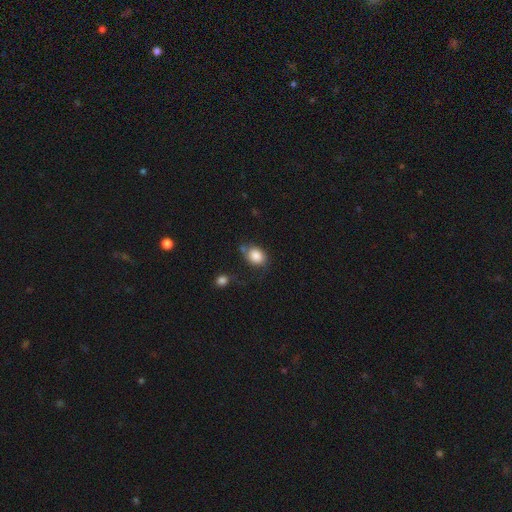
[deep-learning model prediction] Q: Smooth or featured?
A: smooth (85%); runner-up: star or artifact (8%)
Q: How rounded?
A: in between (59%); runner-up: round (40%)
Q: Merging?
A: none (58%); runner-up: minor disturbance (23%)